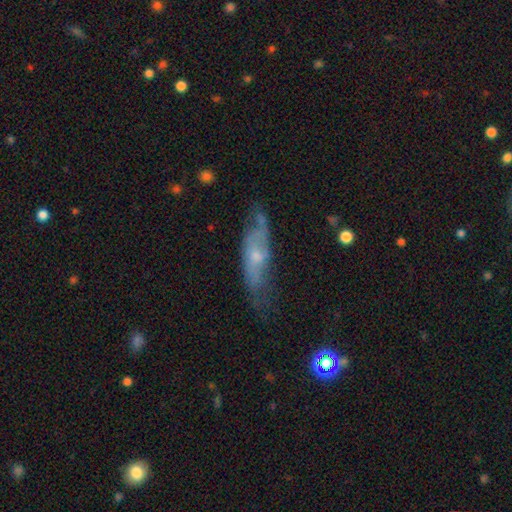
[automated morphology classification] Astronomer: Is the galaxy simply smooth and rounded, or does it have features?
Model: featured or disk — 55% (runner-up: smooth, 37%).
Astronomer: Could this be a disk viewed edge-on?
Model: no — 66%.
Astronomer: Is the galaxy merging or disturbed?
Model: none — 50% (runner-up: minor disturbance, 29%).